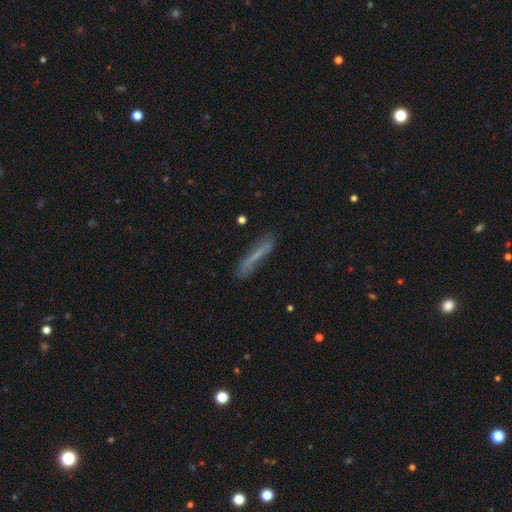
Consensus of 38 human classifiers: Morphology: type=featured or disk (53%); edge-on=yes (85%); edge-on bulge=none (76%); merging=none (62%).